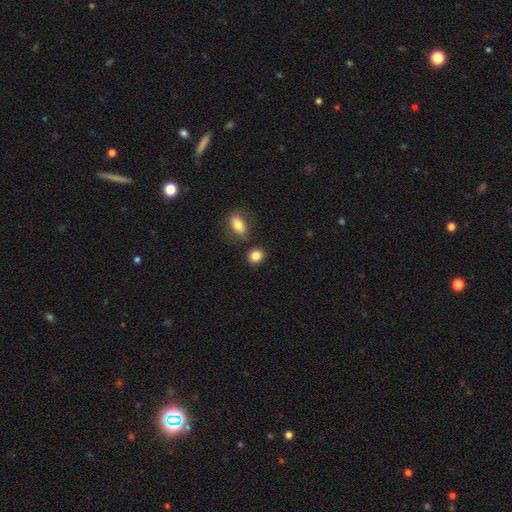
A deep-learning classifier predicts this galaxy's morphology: A smooth galaxy with no disk features (85%) that is round (73%).

Vote fractions:
- Smooth or featured? smooth: 85% / star or artifact: 9% / featured or disk: 6%
- How rounded? round: 73% / in between: 26% / cigar-shaped: 2%
- Merging? none: 76% / minor disturbance: 11% / merger: 9% / major disturbance: 3%